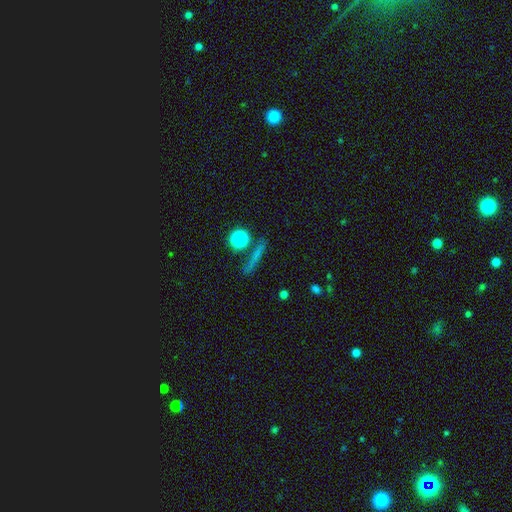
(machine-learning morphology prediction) Smooth or featured? Predicted: smooth (p=0.58). How rounded? Predicted: cigar-shaped (p=0.64). Merging? Predicted: none (p=0.75).